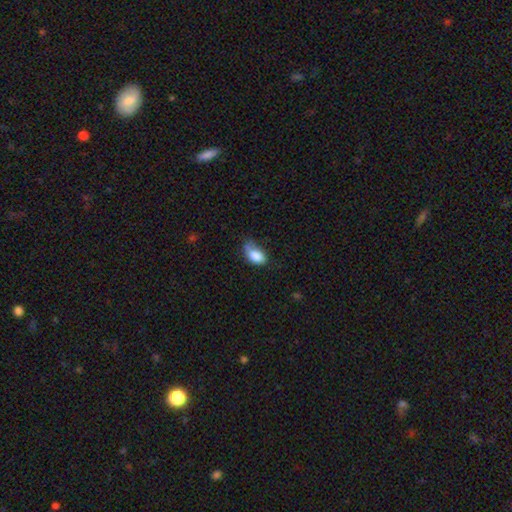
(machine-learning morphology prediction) A smooth galaxy with no disk features (83%) that is in between round and cigar-shaped (90%).

Vote fractions:
- Smooth or featured? smooth: 83% / featured or disk: 9% / star or artifact: 8%
- How rounded? in between: 90% / round: 8% / cigar-shaped: 2%
- Merging? minor disturbance: 42% / none: 36% / major disturbance: 16% / merger: 6%